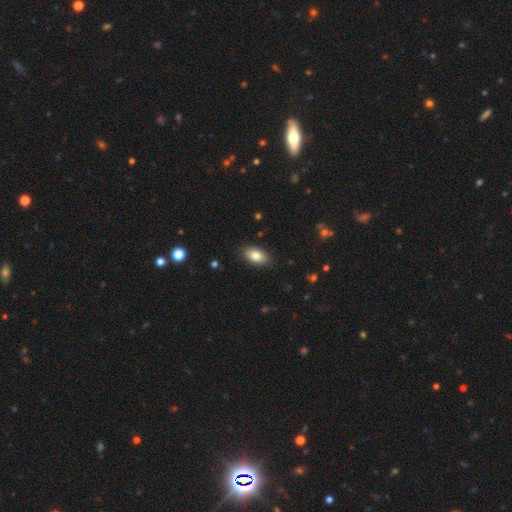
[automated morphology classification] Smooth or featured? smooth (81%)
How rounded? in between (91%)
Merging? none (86%)